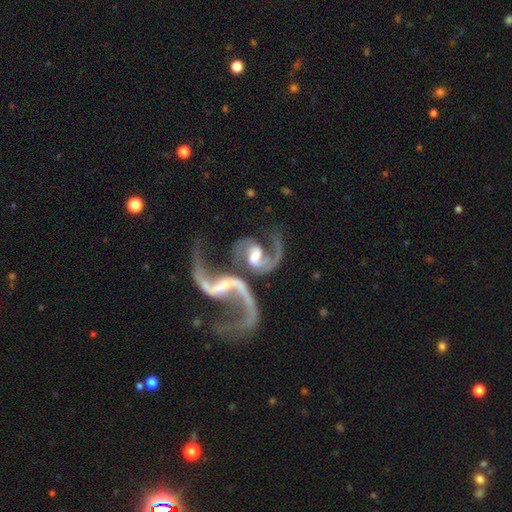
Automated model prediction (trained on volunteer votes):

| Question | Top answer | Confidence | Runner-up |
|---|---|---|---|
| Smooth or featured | featured or disk | 87% | smooth (7%) |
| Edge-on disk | no | 97% | yes (3%) |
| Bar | weak | 42% | strong (30%) |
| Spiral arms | yes | 95% | no (5%) |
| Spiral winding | loose | 67% | medium (27%) |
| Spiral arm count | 2 | 84% | 1 (8%) |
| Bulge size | moderate | 42% | small (29%) |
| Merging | merger | 55% | none (22%) |